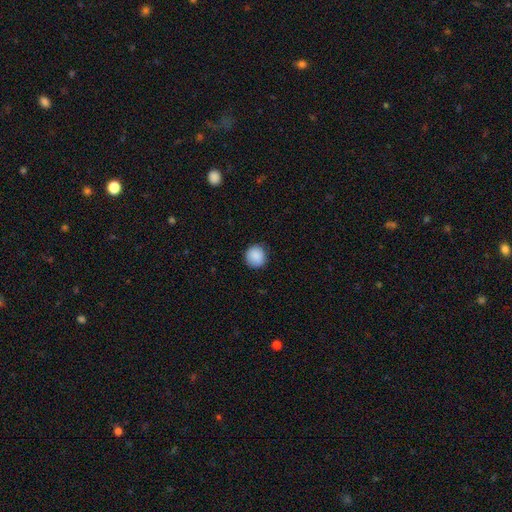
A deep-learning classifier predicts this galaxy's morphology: Smooth or featured?
  - smooth: 89% *
  - star or artifact: 8%
  - featured or disk: 3%
How rounded?
  - round: 92% *
  - in between: 7%
  - cigar-shaped: 1%
Merging?
  - none: 88% *
  - minor disturbance: 9%
  - major disturbance: 2%
  - merger: 1%